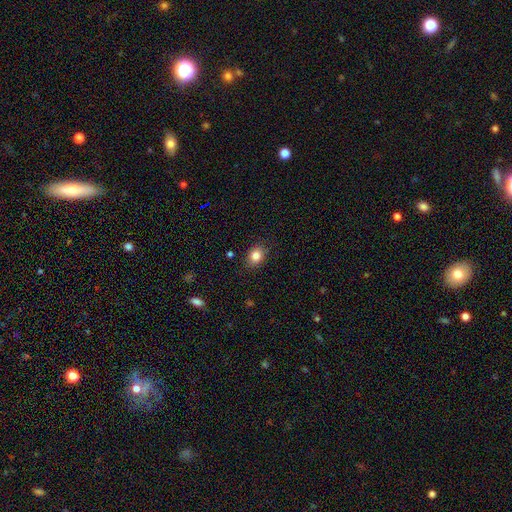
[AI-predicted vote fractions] Smooth or featured: smooth — 83% (star or artifact — 10%)
How rounded: in between — 56% (round — 43%)
Merging: none — 85% (minor disturbance — 11%)